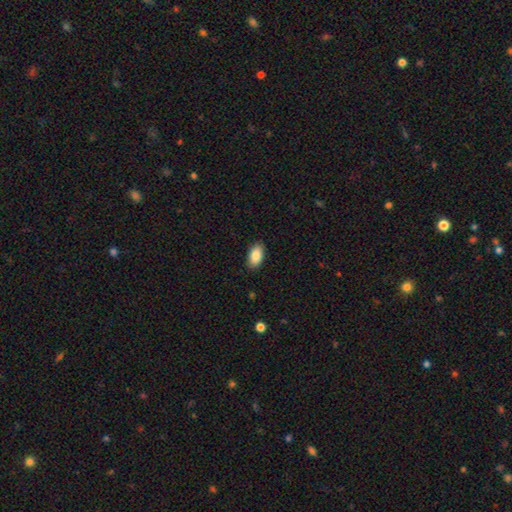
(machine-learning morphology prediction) smooth-or-featured: smooth: 88% | star or artifact: 7% | featured or disk: 5%
  how-rounded: in between: 94% | round: 4% | cigar-shaped: 2%
  merging: none: 87% | minor disturbance: 10% | major disturbance: 2% | merger: 1%